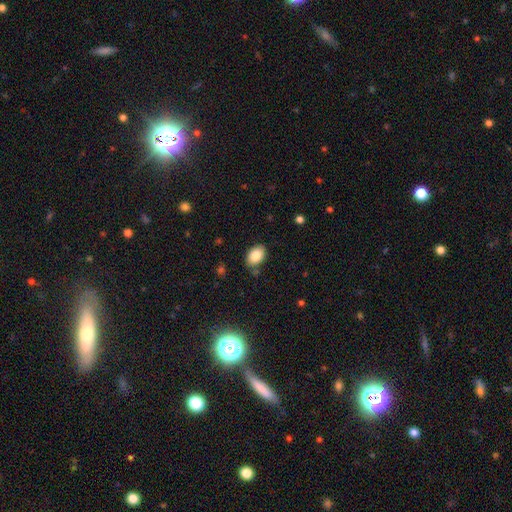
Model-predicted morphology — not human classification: type=smooth (84%); roundness=in between (84%); merging=none (81%).